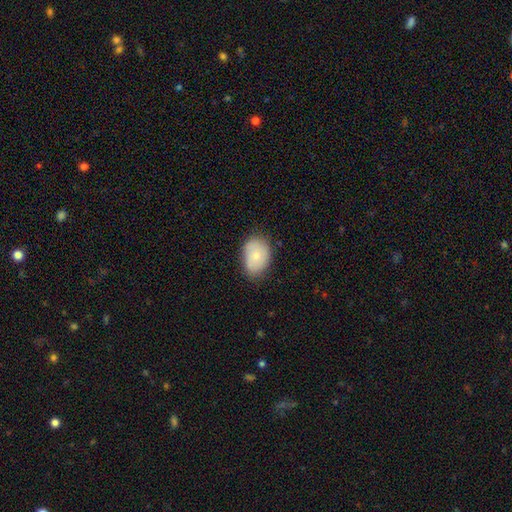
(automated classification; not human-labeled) A smooth galaxy with no disk features (70%) that is in between round and cigar-shaped (75%).

Vote fractions:
- Smooth or featured? smooth: 70% / featured or disk: 23% / star or artifact: 7%
- How rounded? in between: 75% / round: 24% / cigar-shaped: 1%
- Merging? none: 68% / minor disturbance: 26% / major disturbance: 5% / merger: 2%